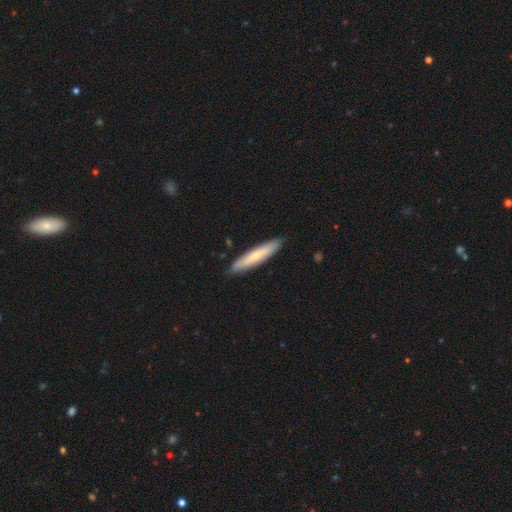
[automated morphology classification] The model was most divided on "smooth or featured": smooth: 62%, featured or disk: 33%, star or artifact: 5%. More confident: how rounded — cigar-shaped (88%); merging — none (88%).